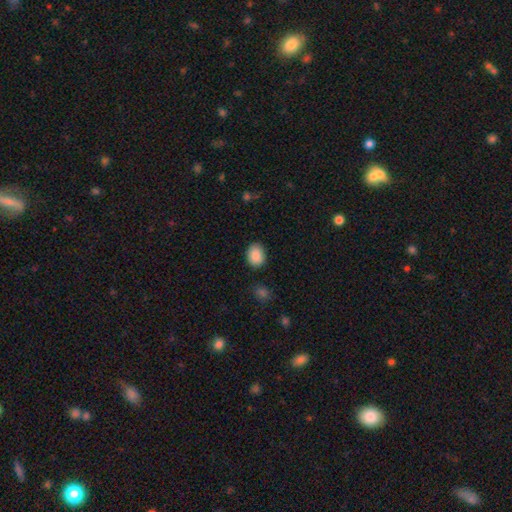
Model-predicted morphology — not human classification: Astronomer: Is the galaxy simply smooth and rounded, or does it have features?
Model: smooth — 88%.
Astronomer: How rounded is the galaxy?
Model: in between — 61% (runner-up: round, 38%).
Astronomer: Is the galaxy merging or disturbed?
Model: none — 87%.